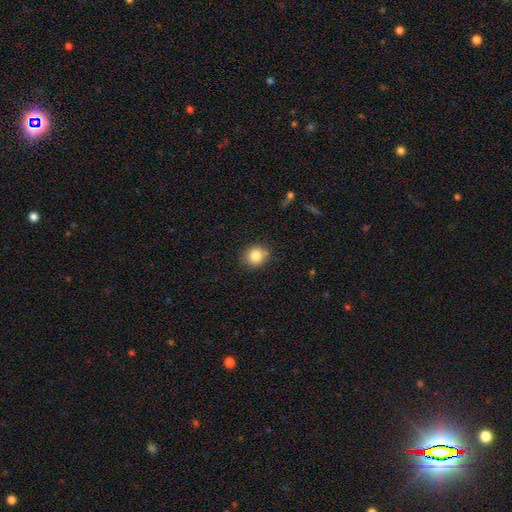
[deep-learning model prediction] A smooth galaxy with no disk features (84%) that is round (84%).

Vote fractions:
- Smooth or featured? smooth: 84% / star or artifact: 10% / featured or disk: 6%
- How rounded? round: 84% / in between: 15% / cigar-shaped: 1%
- Merging? none: 83% / minor disturbance: 12% / major disturbance: 3% / merger: 2%